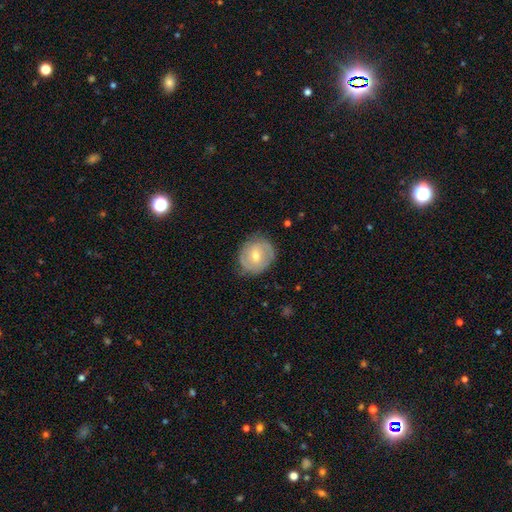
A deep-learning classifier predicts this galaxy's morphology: A featured or disk galaxy (55%) with no bar (53%), spiral arms (69%) and a moderate central bulge (60%).

Vote fractions:
- Smooth or featured? featured or disk: 55% / smooth: 37% / star or artifact: 7%
- Edge-on disk? no: 96% / yes: 4%
- Bar? no: 53% / weak: 37% / strong: 10%
- Spiral arms? yes: 69% / no: 31%
- Bulge size? moderate: 60% / small: 36% / large: 2% / none: 1% / dominant: 1%
- Merging? none: 77% / minor disturbance: 18% / major disturbance: 4% / merger: 1%